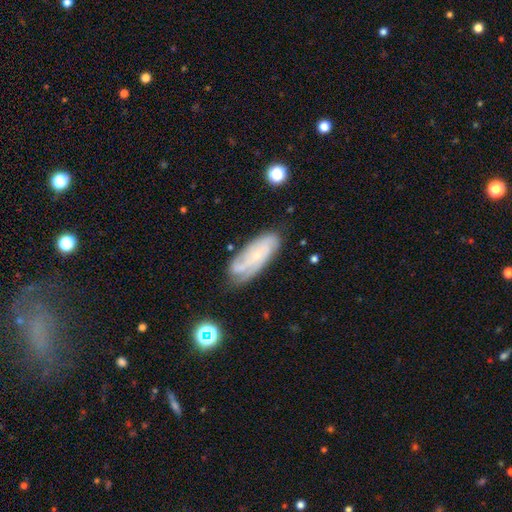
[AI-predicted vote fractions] featured or disk 70%, smooth 22%, star or artifact 7%. Down the decision tree: edge-on disk — no (89%); bar — no (68%); spiral arms — yes (90%); spiral arm count — can't tell (37%); spiral winding — tight (51%); bulge size — small (77%); merging — none (66%).